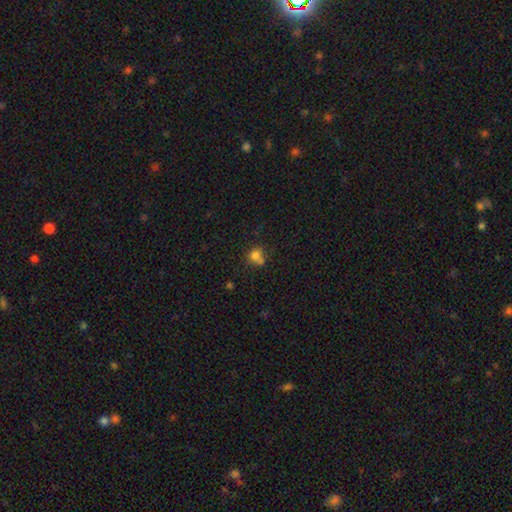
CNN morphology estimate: Overall: smooth (76%). How rounded: round (76%). Merging: none (48%; merger 27%).